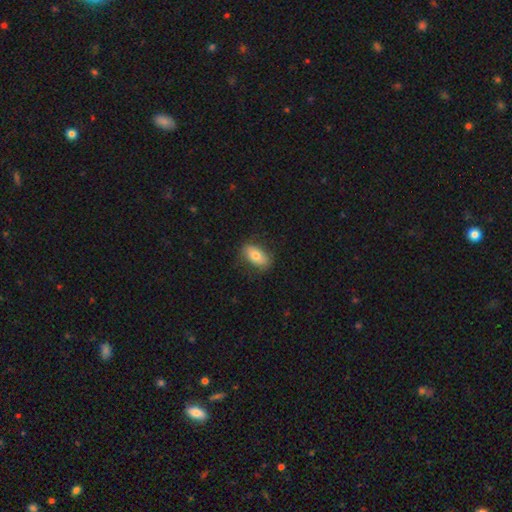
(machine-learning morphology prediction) type=smooth (74%); roundness=in between (88%); merging=none (80%).